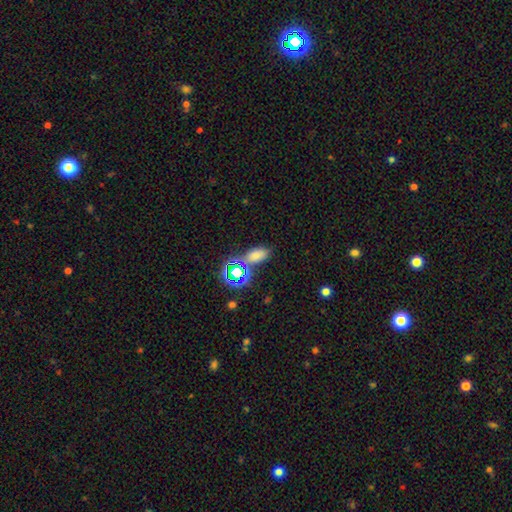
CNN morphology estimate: A smooth galaxy with no disk features (66%) that is in between round and cigar-shaped (86%).

Vote fractions:
- Smooth or featured? smooth: 66% / star or artifact: 27% / featured or disk: 7%
- How rounded? in between: 86% / round: 9% / cigar-shaped: 5%
- Merging? none: 69% / minor disturbance: 14% / merger: 12% / major disturbance: 5%